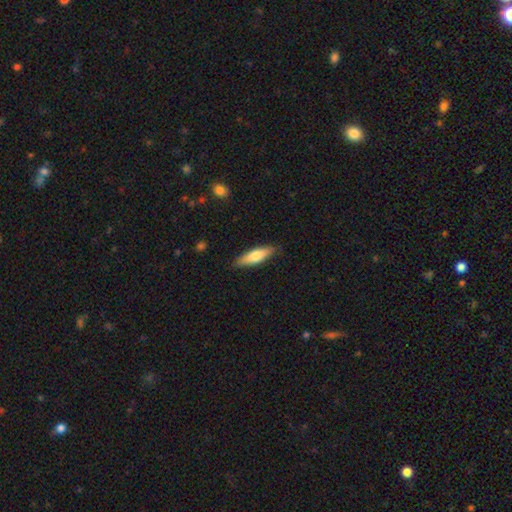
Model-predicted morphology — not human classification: smooth_or_featured: smooth (p=0.66) [alt: featured or disk p=0.29]
how_rounded: cigar-shaped (p=0.60) [alt: in between p=0.38]
merging: none (p=0.86) [alt: minor disturbance p=0.11]